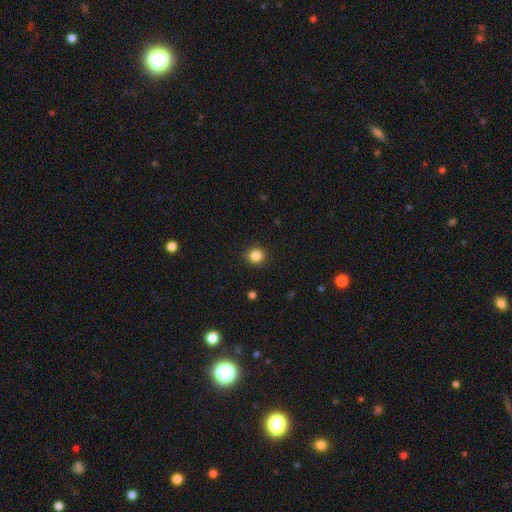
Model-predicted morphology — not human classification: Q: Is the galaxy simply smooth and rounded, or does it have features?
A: smooth — 85%.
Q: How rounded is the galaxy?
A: round — 86%.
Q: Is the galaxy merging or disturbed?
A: none — 91%.